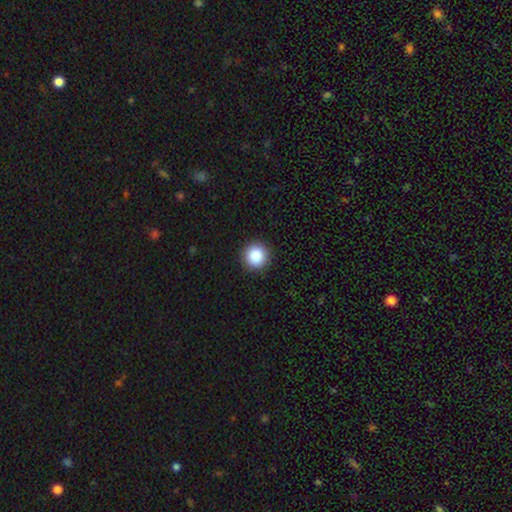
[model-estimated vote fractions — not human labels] The model was most divided on "smooth or featured": smooth: 87%, star or artifact: 10%, featured or disk: 3%. More confident: how rounded — round (95%); merging — none (92%).